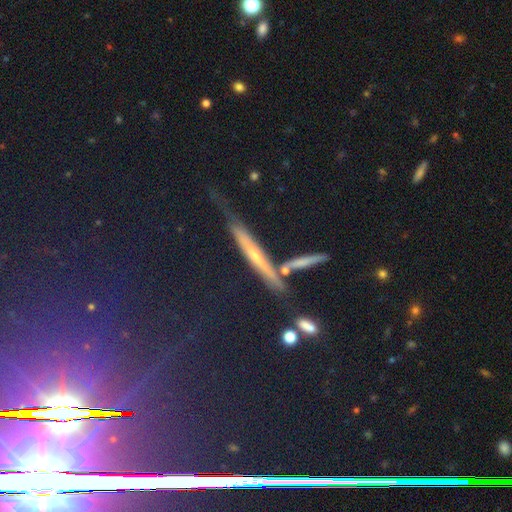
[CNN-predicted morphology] A featured or disk galaxy (45%).

Vote fractions:
- Smooth or featured? featured or disk: 45% / smooth: 35% / star or artifact: 20%
- Merging? none: 62% / minor disturbance: 21% / merger: 9% / major disturbance: 8%